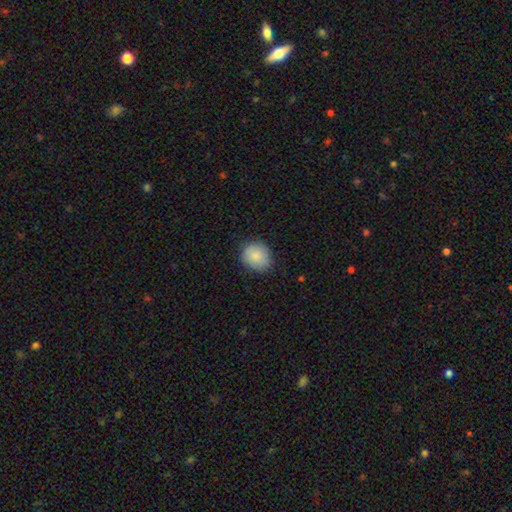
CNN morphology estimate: Overall: smooth (86%). How rounded: round (69%; in between 30%). Merging: none (83%).